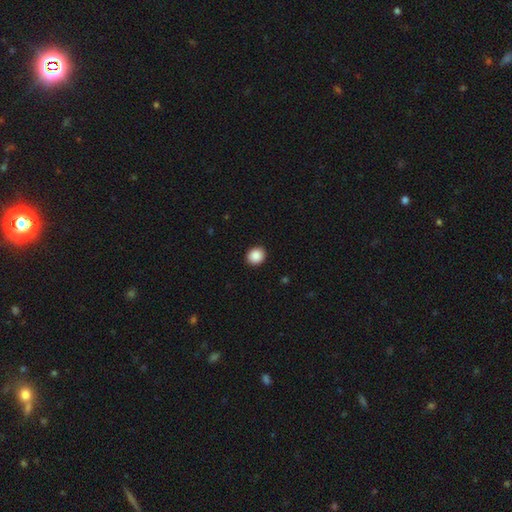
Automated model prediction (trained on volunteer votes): Q: Smooth or featured?
A: smooth (89%); runner-up: star or artifact (8%)
Q: How rounded?
A: round (79%); runner-up: in between (20%)
Q: Merging?
A: none (92%); runner-up: minor disturbance (6%)